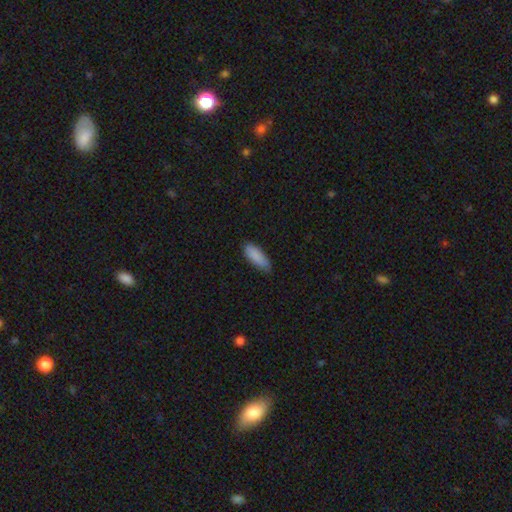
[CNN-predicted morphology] smooth 89%, star or artifact 6%, featured or disk 5%. Down the decision tree: how rounded — in between (72%); merging — none (73%).